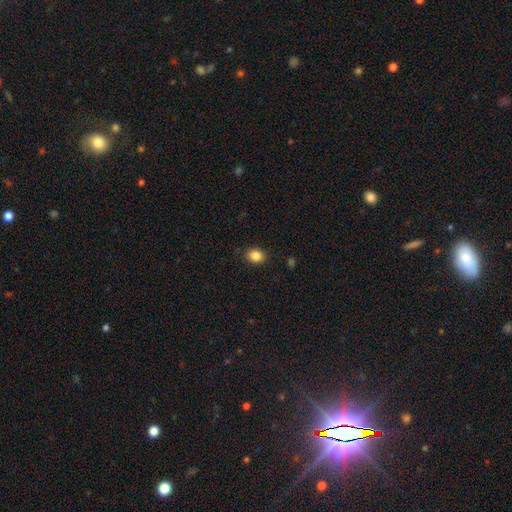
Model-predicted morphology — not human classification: Smooth or featured: smooth — 85% (star or artifact — 10%)
How rounded: round — 51% (in between — 48%)
Merging: none — 87% (minor disturbance — 10%)